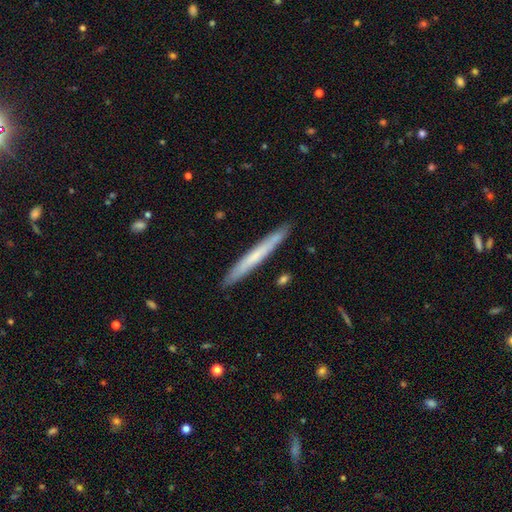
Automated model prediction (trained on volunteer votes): Smooth or featured?
  - smooth: 56% *
  - featured or disk: 39%
  - star or artifact: 6%
How rounded?
  - cigar-shaped: 97% *
  - in between: 2%
  - round: 1%
Merging?
  - none: 90% *
  - minor disturbance: 8%
  - merger: 1%
  - major disturbance: 1%